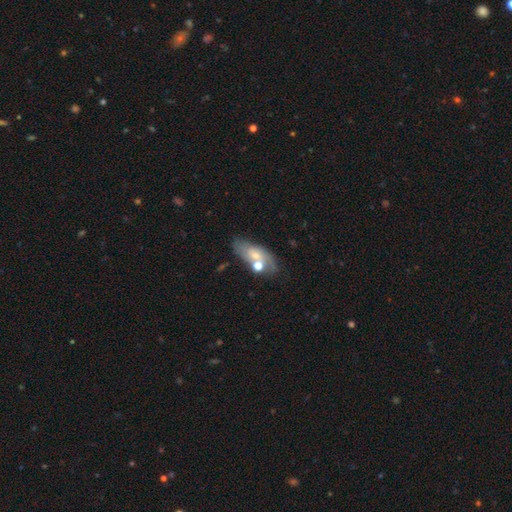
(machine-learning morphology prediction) Smooth or featured? Predicted: smooth (p=0.53). How rounded? Predicted: in between (p=0.81). Merging? Predicted: none (p=0.57).